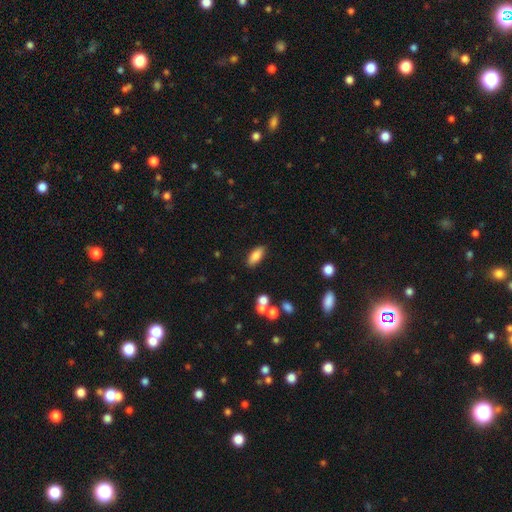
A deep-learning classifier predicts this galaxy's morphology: This appears to be a smooth galaxy with no disk features (80%) that is in between round and cigar-shaped (81%). Merging: none (85%).